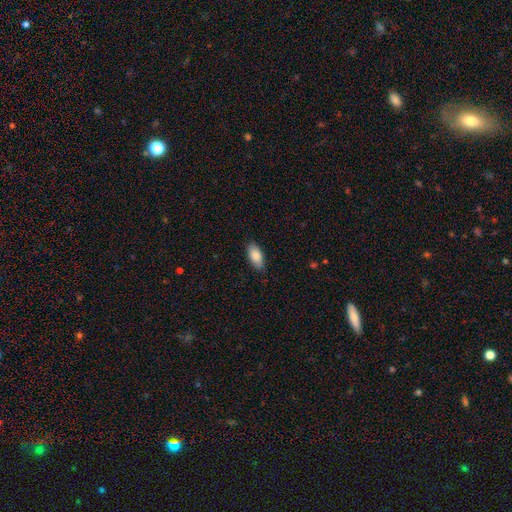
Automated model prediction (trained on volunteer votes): Smooth or featured? Predicted: smooth (p=0.84). How rounded? Predicted: in between (p=0.90). Merging? Predicted: none (p=0.84).